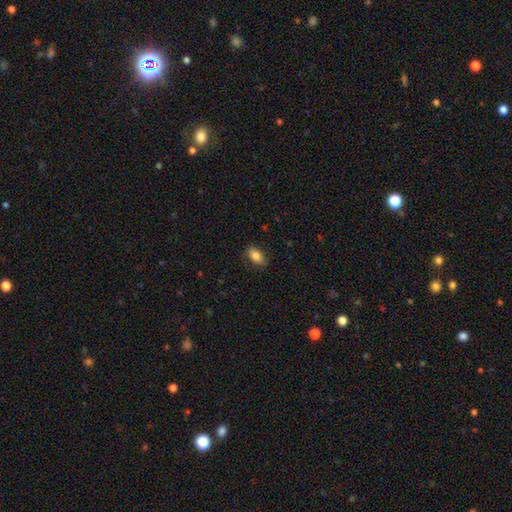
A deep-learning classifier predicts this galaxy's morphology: smooth-or-featured: smooth: 78% | featured or disk: 14% | star or artifact: 7%
  how-rounded: in between: 91% | round: 6% | cigar-shaped: 3%
  merging: none: 79% | minor disturbance: 16% | major disturbance: 4% | merger: 1%